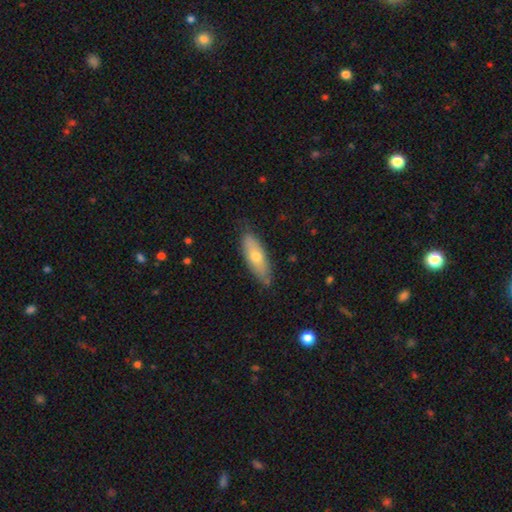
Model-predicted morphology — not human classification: smooth 56%, featured or disk 37%, star or artifact 7%. Down the decision tree: how rounded — in between (52%); merging — none (83%).